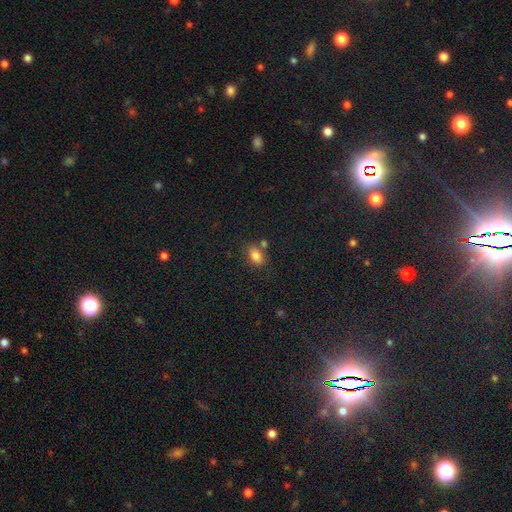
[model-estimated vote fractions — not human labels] Smooth or featured? smooth (82%)
How rounded? in between (86%)
Merging? none (69%)